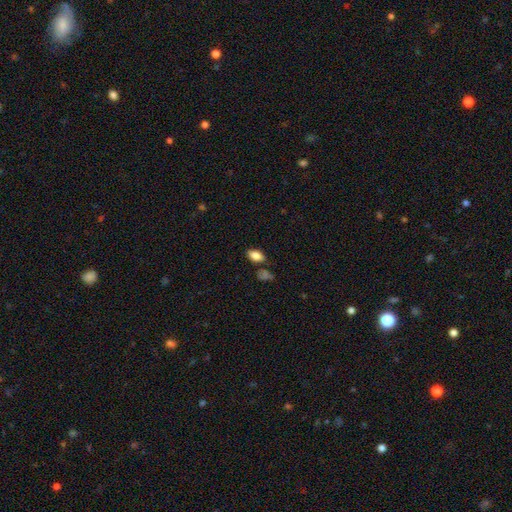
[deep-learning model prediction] Smooth or featured? smooth (83%)
How rounded? in between (91%)
Merging? none (77%)